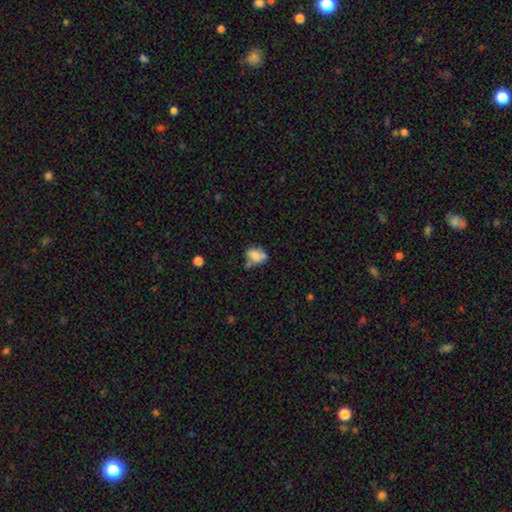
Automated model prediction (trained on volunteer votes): smooth_or_featured: smooth (p=0.67) [alt: featured or disk p=0.23]
how_rounded: in between (p=0.76) [alt: round p=0.22]
merging: none (p=0.39) [alt: minor disturbance p=0.25]